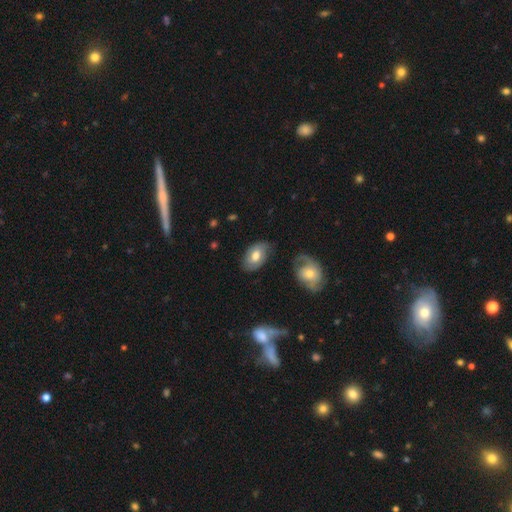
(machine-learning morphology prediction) A smooth galaxy with no disk features (55%) that is in between round and cigar-shaped (90%). Merging: none (72%).